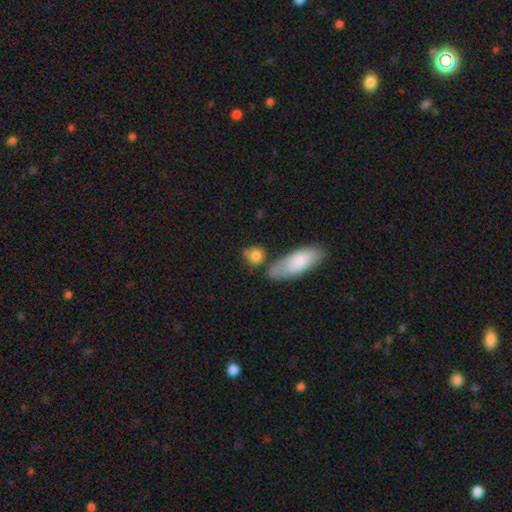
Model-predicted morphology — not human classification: Smooth or featured? smooth (82%)
How rounded? round (64%)
Merging? none (58%)